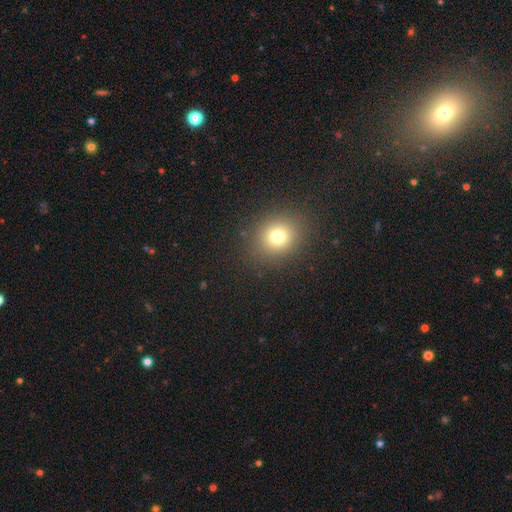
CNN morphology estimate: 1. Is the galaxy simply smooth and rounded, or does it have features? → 67% smooth, 26% star or artifact, 6% featured or disk.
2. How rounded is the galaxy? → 75% round, 24% in between, 1% cigar-shaped.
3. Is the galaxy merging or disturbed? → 92% none, 5% minor disturbance, 2% major disturbance, 1% merger.